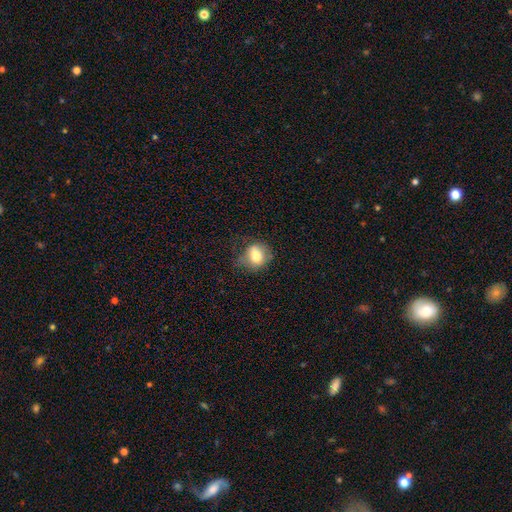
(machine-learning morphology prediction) Overall: smooth (75%). How rounded: round (62%; in between 37%). Merging: none (54%; minor disturbance 29%).